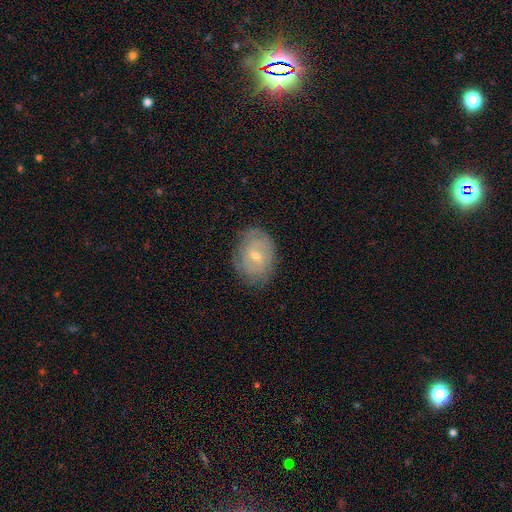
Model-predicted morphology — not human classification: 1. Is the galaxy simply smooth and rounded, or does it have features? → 59% featured or disk, 32% smooth, 9% star or artifact.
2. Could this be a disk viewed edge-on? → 95% no, 5% yes.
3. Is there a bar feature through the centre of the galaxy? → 58% no, 36% weak, 7% strong.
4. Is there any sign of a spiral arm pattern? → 71% yes, 29% no.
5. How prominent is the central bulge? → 56% small, 41% moderate, 1% large, 1% none, 1% dominant.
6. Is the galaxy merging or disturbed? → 78% none, 16% minor disturbance, 5% major disturbance, 1% merger.